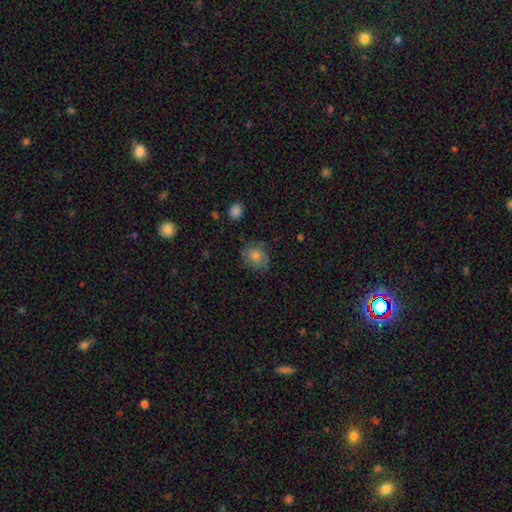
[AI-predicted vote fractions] This is likely a smooth galaxy (62%). How rounded: possibly round (58%). Merging: likely none (74%).